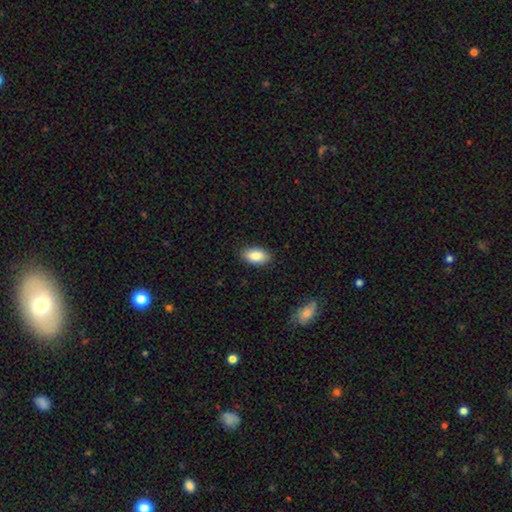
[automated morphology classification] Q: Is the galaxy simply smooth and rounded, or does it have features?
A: smooth — 86%.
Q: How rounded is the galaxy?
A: in between — 93%.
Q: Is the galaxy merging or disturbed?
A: none — 88%.